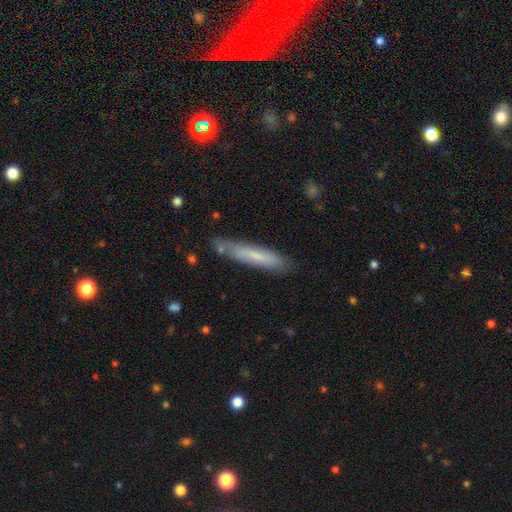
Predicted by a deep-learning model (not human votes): Q: Smooth or featured?
A: smooth (62%); runner-up: featured or disk (32%)
Q: How rounded?
A: cigar-shaped (88%); runner-up: in between (11%)
Q: Merging?
A: none (77%); runner-up: minor disturbance (16%)